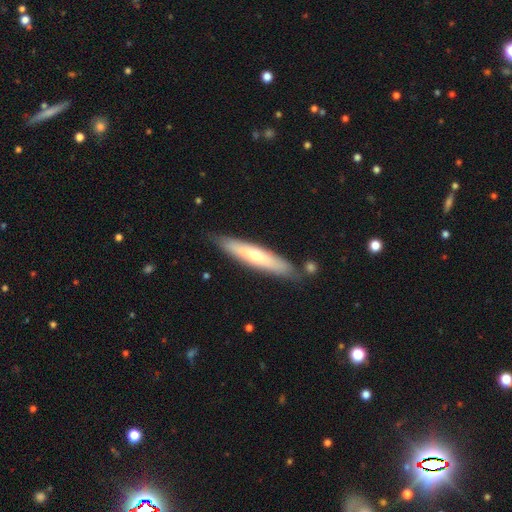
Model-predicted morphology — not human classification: A featured or disk galaxy (48%). Merging: none (85%).